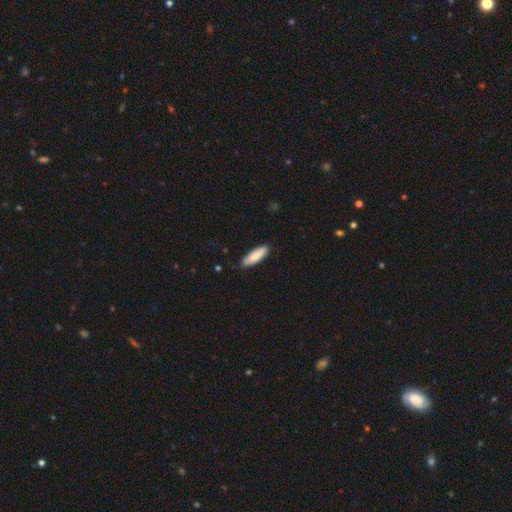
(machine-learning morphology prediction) The model was most divided on "how rounded": cigar-shaped: 52%, in between: 47%, round: 1%. More confident: merging — none (86%); smooth or featured — smooth (83%).